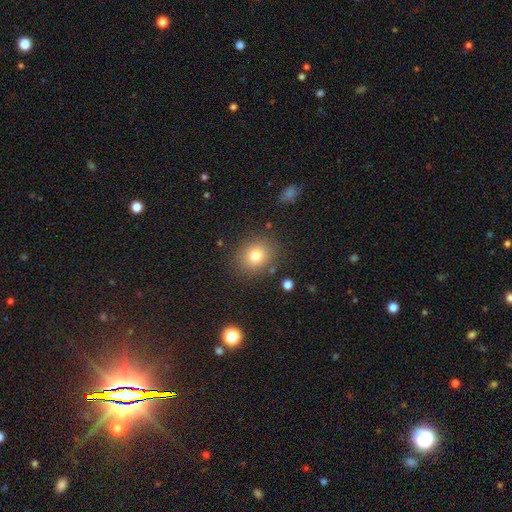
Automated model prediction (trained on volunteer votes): smooth-or-featured: smooth: 77% | star or artifact: 13% | featured or disk: 10%
  how-rounded: round: 76% | in between: 24% | cigar-shaped: 1%
  merging: none: 85% | minor disturbance: 9% | major disturbance: 4% | merger: 3%